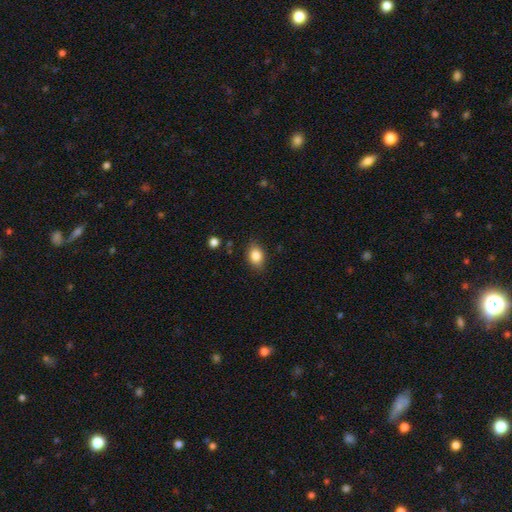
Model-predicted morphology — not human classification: smooth_or_featured: smooth (p=0.84) [alt: star or artifact p=0.09]
how_rounded: in between (p=0.73) [alt: round p=0.26]
merging: none (p=0.84) [alt: minor disturbance p=0.12]